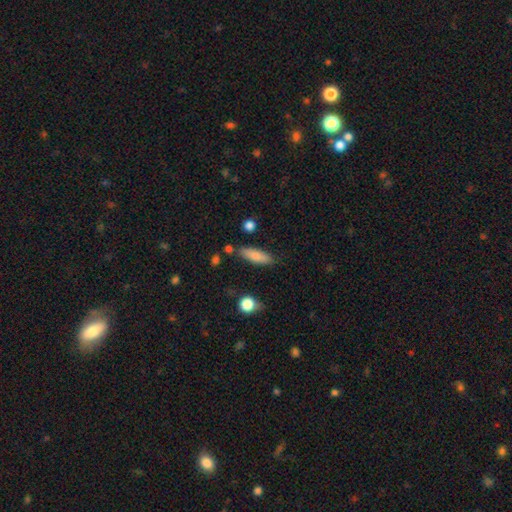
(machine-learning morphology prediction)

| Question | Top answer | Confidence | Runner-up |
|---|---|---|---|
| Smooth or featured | smooth | 78% | featured or disk (15%) |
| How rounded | in between | 50% | cigar-shaped (47%) |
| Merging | none | 80% | minor disturbance (13%) |